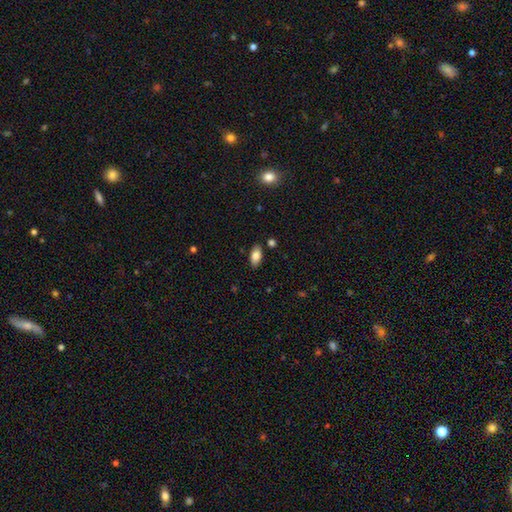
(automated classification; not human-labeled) smooth-or-featured: smooth: 83% | featured or disk: 9% | star or artifact: 8%
  how-rounded: in between: 92% | cigar-shaped: 5% | round: 3%
  merging: none: 85% | minor disturbance: 10% | major disturbance: 2% | merger: 2%